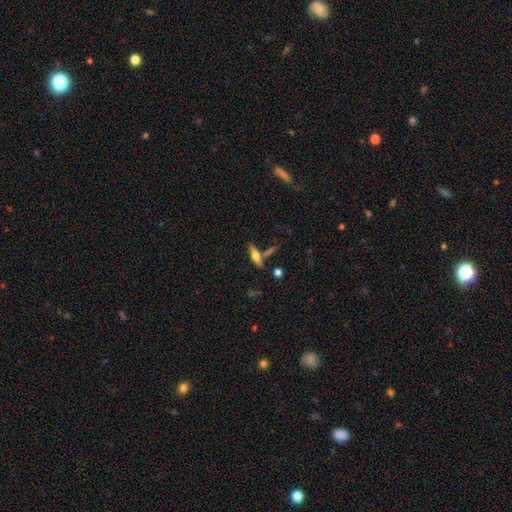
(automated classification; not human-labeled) featured or disk 51%, smooth 41%, star or artifact 8%. Down the decision tree: edge-on disk — yes (92%); merging — none (68%).